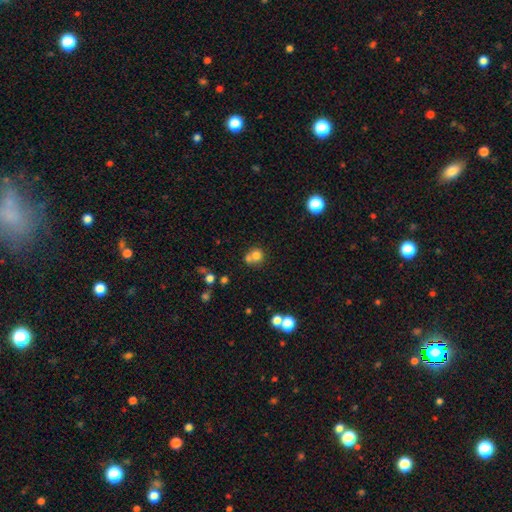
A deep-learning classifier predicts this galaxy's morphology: smooth-or-featured: smooth: 74% | star or artifact: 13% | featured or disk: 13%
  how-rounded: round: 83% | in between: 16% | cigar-shaped: 1%
  merging: merger: 44% | none: 43% | minor disturbance: 9% | major disturbance: 4%